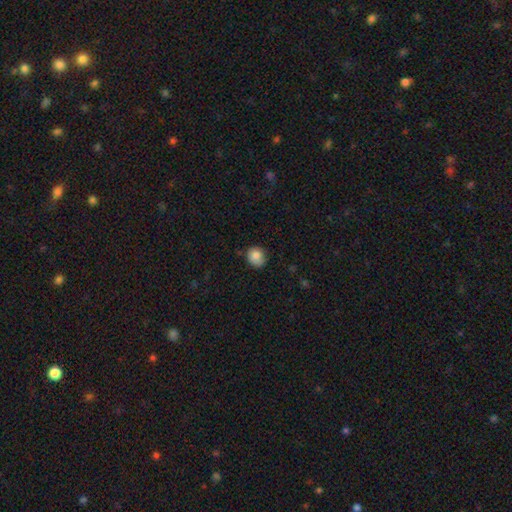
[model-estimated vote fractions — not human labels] The model was most divided on "merging": none: 71%, minor disturbance: 23%, major disturbance: 4%, merger: 2%. More confident: smooth or featured — smooth (82%); how rounded — round (81%).